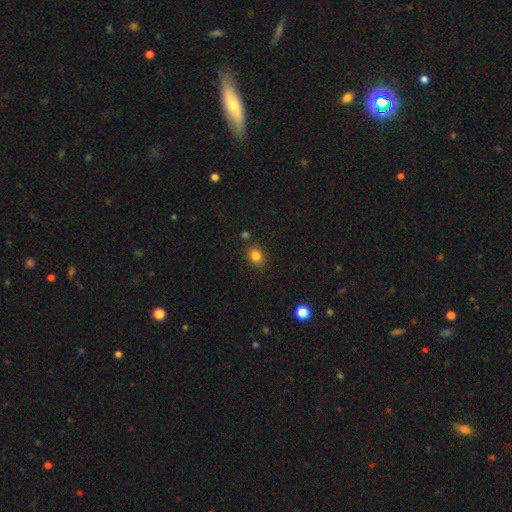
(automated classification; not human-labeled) A smooth galaxy with no disk features (82%) that is round (56%). Merging: none (82%).